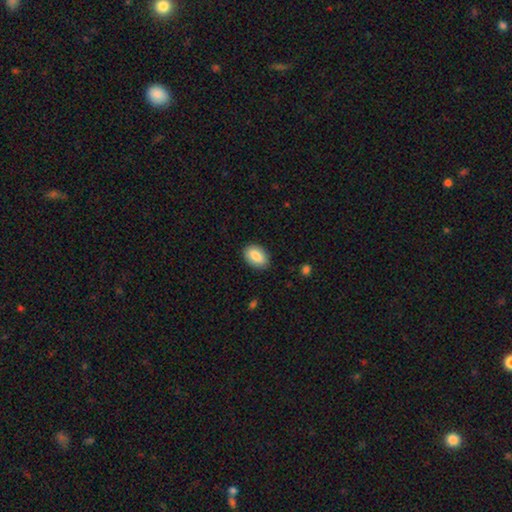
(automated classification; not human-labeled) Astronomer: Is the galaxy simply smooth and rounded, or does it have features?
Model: smooth — 85%.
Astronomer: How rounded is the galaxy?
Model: in between — 89%.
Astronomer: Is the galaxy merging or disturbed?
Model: none — 87%.